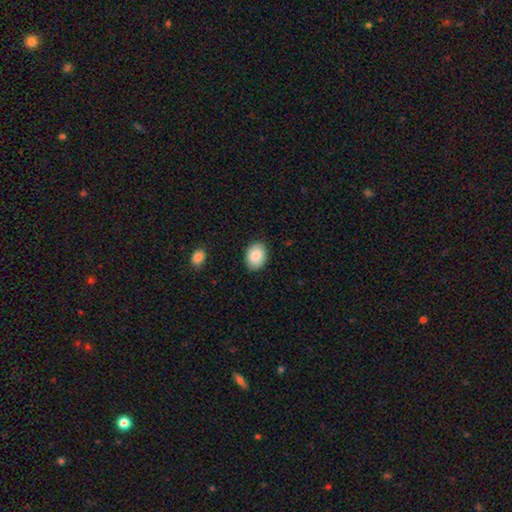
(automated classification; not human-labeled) Smooth or featured?
  - smooth: 86% *
  - featured or disk: 7%
  - star or artifact: 7%
How rounded?
  - in between: 68% *
  - round: 31%
  - cigar-shaped: 1%
Merging?
  - none: 87% *
  - minor disturbance: 9%
  - major disturbance: 2%
  - merger: 1%